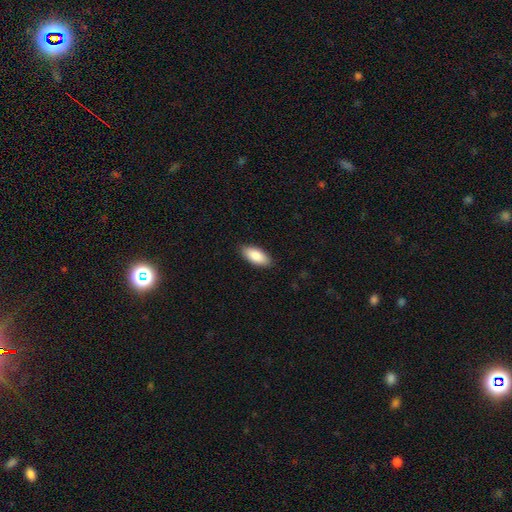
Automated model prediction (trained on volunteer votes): Smooth or featured?
  - smooth: 88% *
  - featured or disk: 7%
  - star or artifact: 6%
How rounded?
  - in between: 89% *
  - cigar-shaped: 9%
  - round: 2%
Merging?
  - none: 88% *
  - minor disturbance: 9%
  - major disturbance: 2%
  - merger: 1%